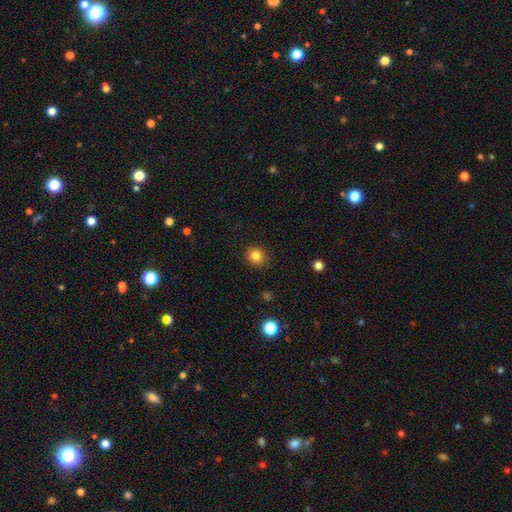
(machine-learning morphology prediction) smooth_or_featured: smooth (p=0.84) [alt: star or artifact p=0.11]
how_rounded: round (p=0.85) [alt: in between p=0.14]
merging: none (p=0.89) [alt: minor disturbance p=0.08]